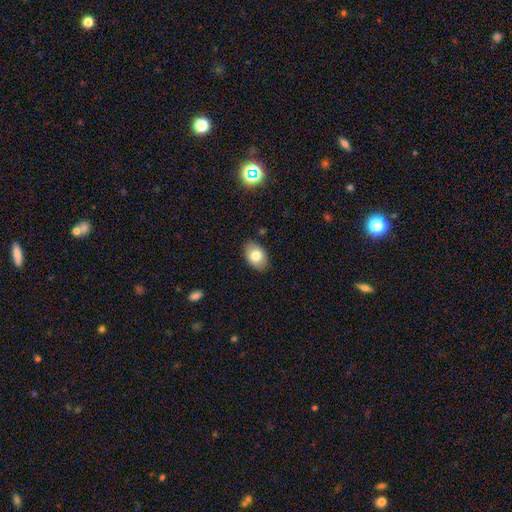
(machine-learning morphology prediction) smooth 79%, featured or disk 13%, star or artifact 8%. Down the decision tree: how rounded — in between (84%); merging — none (85%).